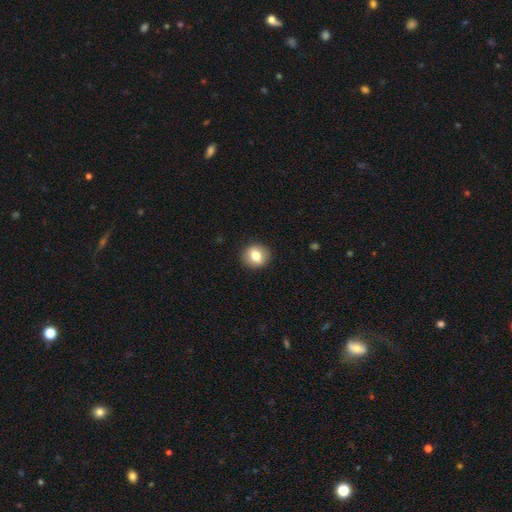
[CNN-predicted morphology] This is likely a smooth galaxy (76%). How rounded: likely round (79%). Merging: clearly none (91%).